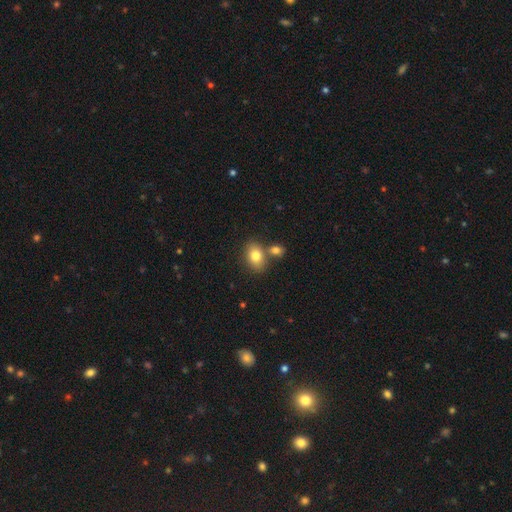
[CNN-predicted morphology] smooth-or-featured: smooth: 81% | featured or disk: 11% | star or artifact: 9%
  how-rounded: in between: 75% | round: 23% | cigar-shaped: 1%
  merging: none: 59% | merger: 27% | minor disturbance: 11% | major disturbance: 3%